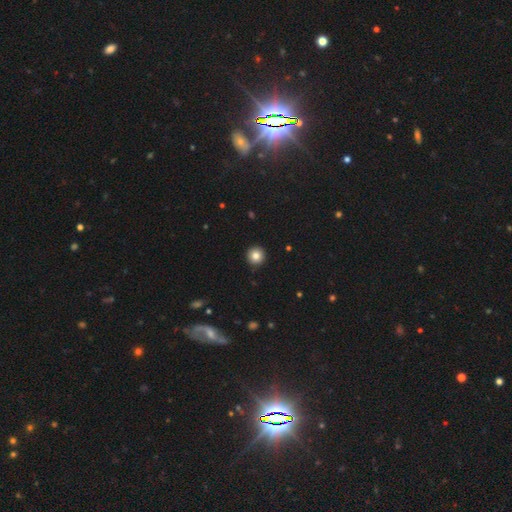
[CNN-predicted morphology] This appears to be a smooth galaxy with no disk features (83%) that is round (96%). Merging: none (93%).